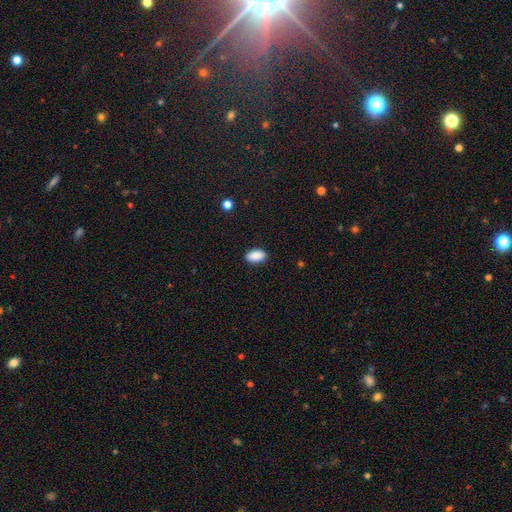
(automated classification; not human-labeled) Morphology: type=smooth (90%); roundness=in between (93%); merging=none (89%).